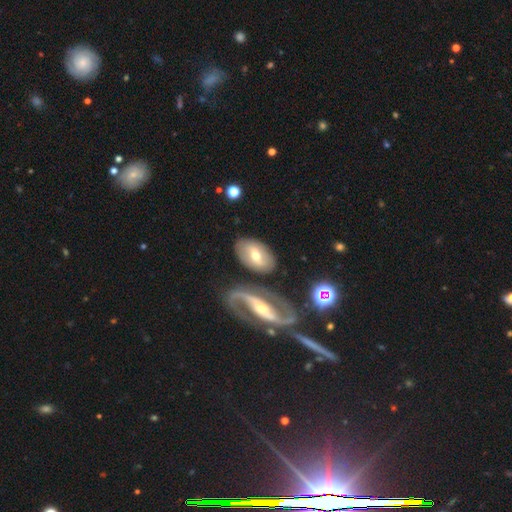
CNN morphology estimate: This appears to be a featured or disk galaxy (48%). Merging: none (72%).